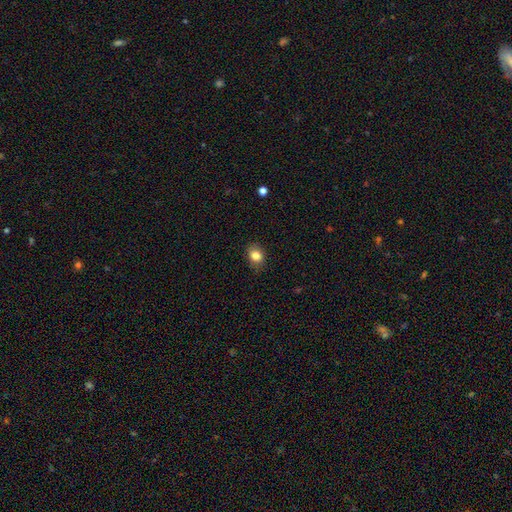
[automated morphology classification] type=smooth (84%); roundness=in between (58%); merging=none (82%).